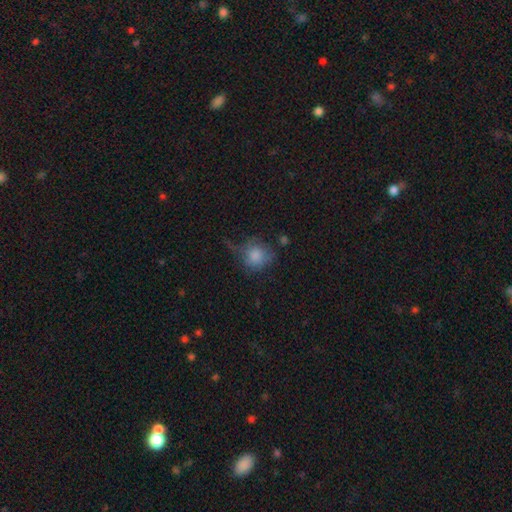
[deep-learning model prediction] This appears to be a smooth galaxy with no disk features (79%) that is round (81%). Merging: none (42%).